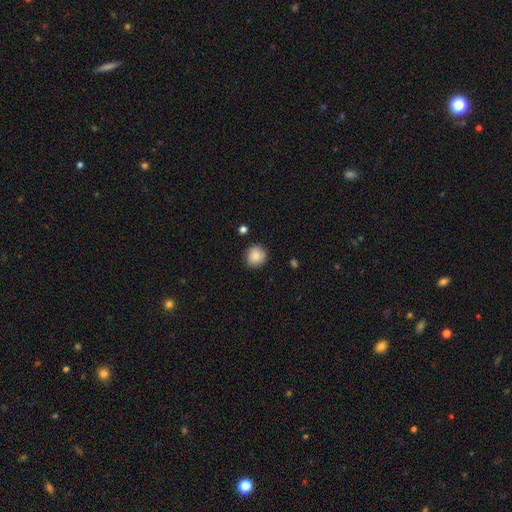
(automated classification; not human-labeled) Morphology: type=smooth (85%); roundness=round (91%); merging=none (87%).